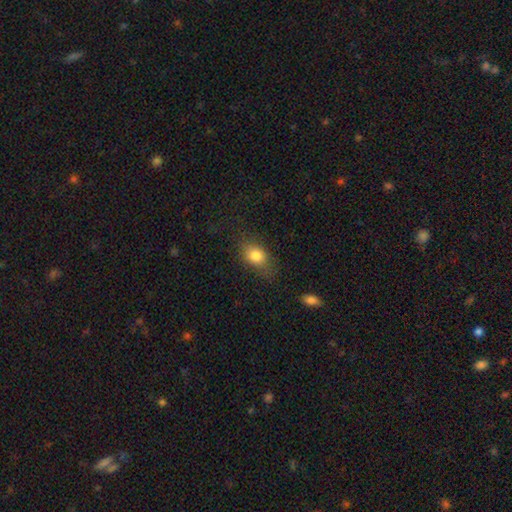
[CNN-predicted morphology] type=smooth (81%); roundness=in between (69%); merging=none (71%).